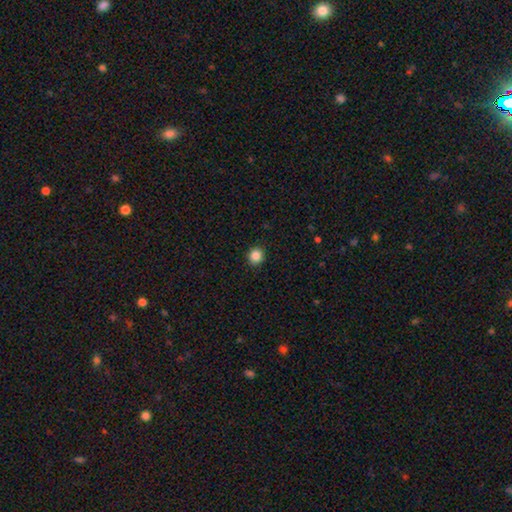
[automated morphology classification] smooth 86%, star or artifact 10%, featured or disk 4%. Down the decision tree: how rounded — round (87%); merging — none (92%).